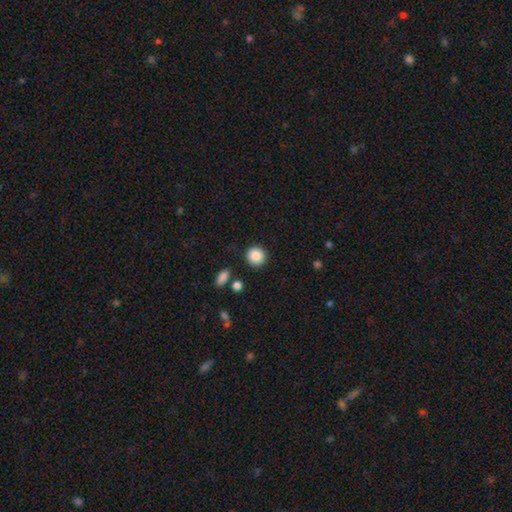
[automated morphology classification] type=smooth (87%); roundness=round (89%); merging=none (88%).